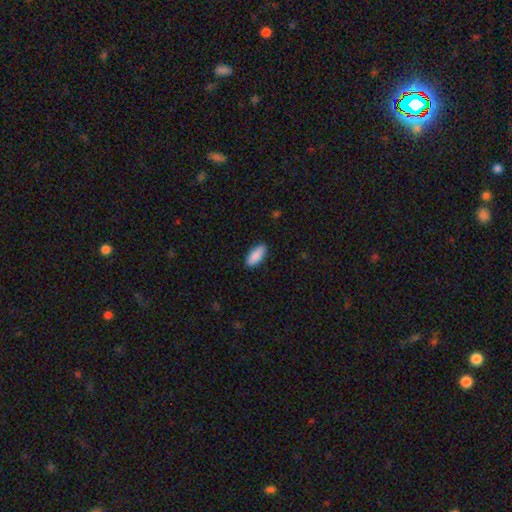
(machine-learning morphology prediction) A smooth galaxy with no disk features (90%) that is in between round and cigar-shaped (84%). Merging: none (87%).